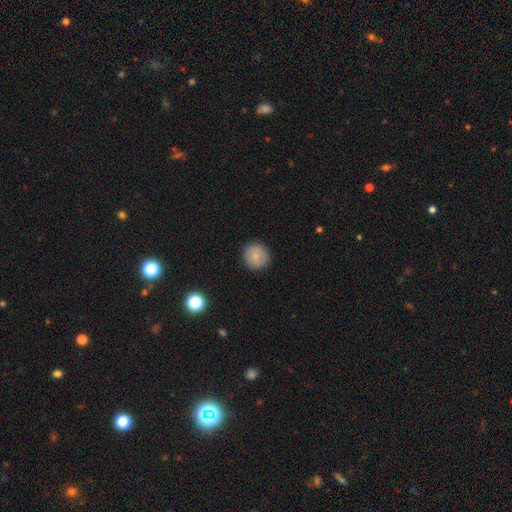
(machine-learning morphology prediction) Overall: smooth (81%). How rounded: round (91%). Merging: none (90%).